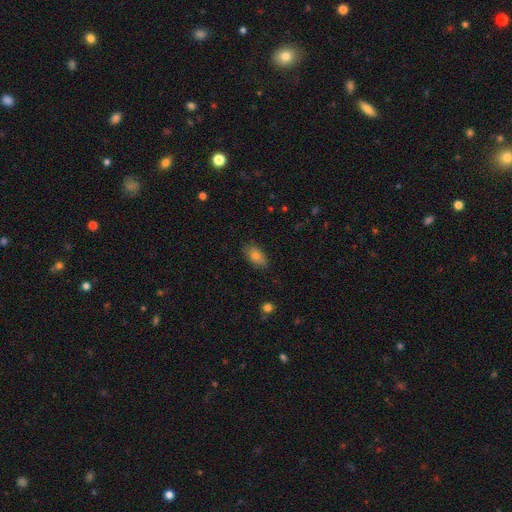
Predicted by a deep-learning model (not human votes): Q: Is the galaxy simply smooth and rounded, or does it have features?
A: smooth — 78%.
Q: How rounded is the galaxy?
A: in between — 90%.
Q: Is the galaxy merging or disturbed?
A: none — 79%.